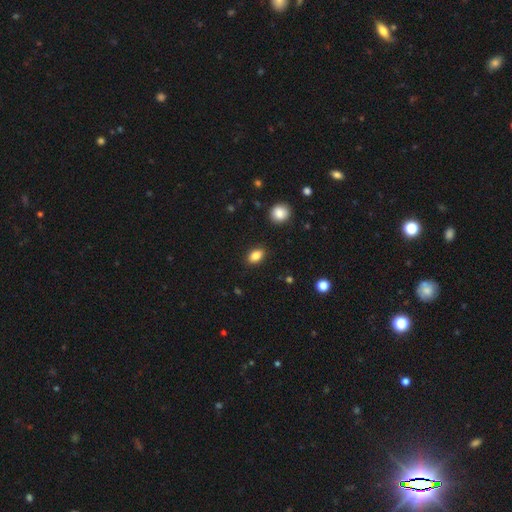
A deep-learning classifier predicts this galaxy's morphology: Q: Smooth or featured?
A: smooth (85%); runner-up: star or artifact (9%)
Q: How rounded?
A: in between (81%); runner-up: round (17%)
Q: Merging?
A: none (89%); runner-up: minor disturbance (8%)